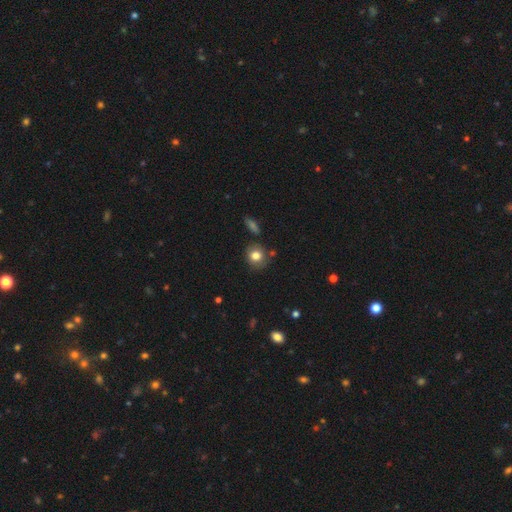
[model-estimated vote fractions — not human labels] A smooth galaxy with no disk features (79%) that is round (81%).

Vote fractions:
- Smooth or featured? smooth: 79% / featured or disk: 10% / star or artifact: 10%
- How rounded? round: 81% / in between: 18% / cigar-shaped: 1%
- Merging? none: 76% / minor disturbance: 15% / merger: 6% / major disturbance: 4%